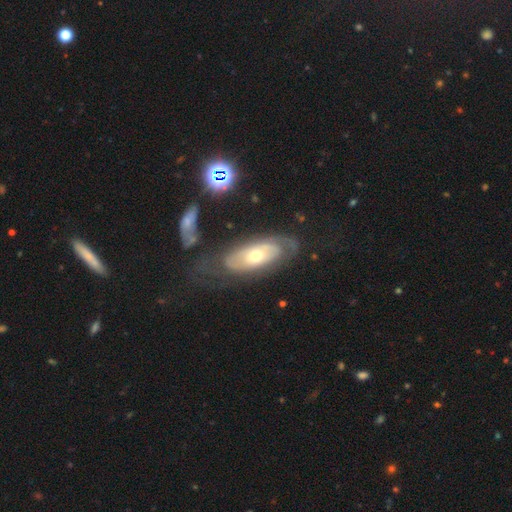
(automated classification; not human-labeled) A featured or disk galaxy (69%) with no bar (80%), spiral arms (64%) and a moderate central bulge (66%).

Vote fractions:
- Smooth or featured? featured or disk: 69% / smooth: 25% / star or artifact: 6%
- Edge-on disk? no: 88% / yes: 12%
- Bar? no: 80% / weak: 15% / strong: 5%
- Spiral arms? yes: 64% / no: 36%
- Bulge size? moderate: 66% / small: 24% / large: 7% / dominant: 1% / none: 1%
- Merging? none: 57% / minor disturbance: 21% / major disturbance: 19% / merger: 4%